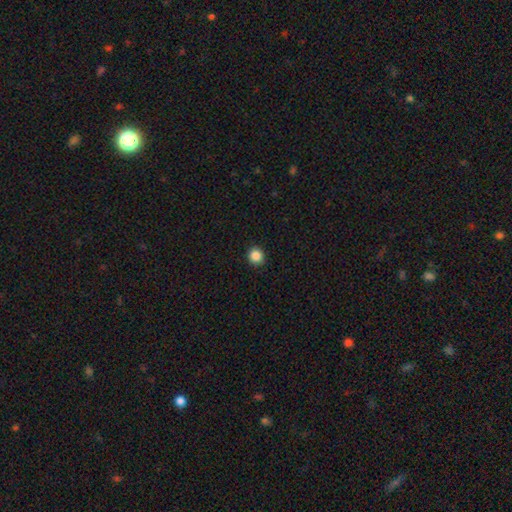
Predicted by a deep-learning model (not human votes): Smooth or featured?
  - smooth: 87% *
  - star or artifact: 10%
  - featured or disk: 3%
How rounded?
  - round: 92% *
  - in between: 7%
  - cigar-shaped: 1%
Merging?
  - none: 93% *
  - minor disturbance: 5%
  - major disturbance: 2%
  - merger: 1%